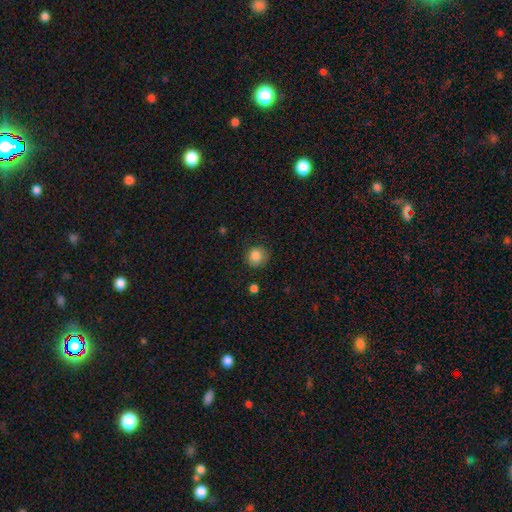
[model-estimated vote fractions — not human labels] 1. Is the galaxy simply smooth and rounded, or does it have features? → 86% smooth, 10% star or artifact, 5% featured or disk.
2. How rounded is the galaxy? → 86% round, 13% in between, 1% cigar-shaped.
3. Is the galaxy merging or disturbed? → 77% none, 17% minor disturbance, 5% major disturbance, 2% merger.